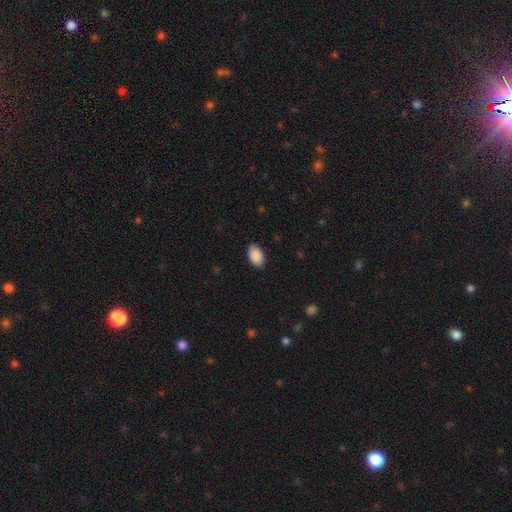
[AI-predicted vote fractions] This is clearly a smooth galaxy (90%). How rounded: clearly in between (94%). Merging: clearly none (87%).